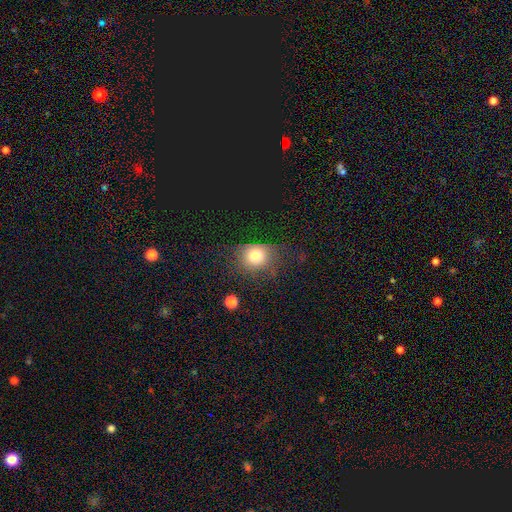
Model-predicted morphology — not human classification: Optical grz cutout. It shows a smooth galaxy with no disk features (75%) that is round (68%). Merging: none (63%).